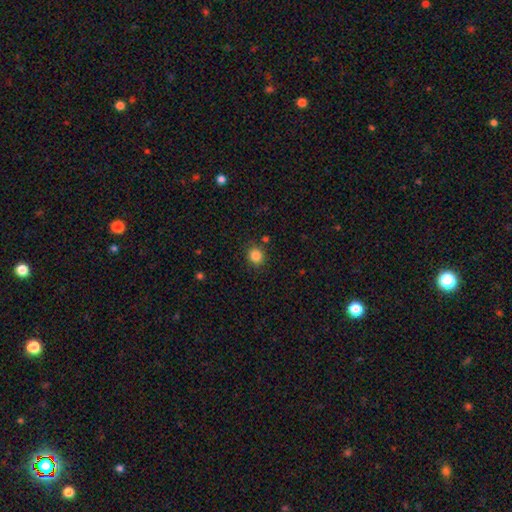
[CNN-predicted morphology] Q: Smooth or featured?
A: smooth (85%); runner-up: star or artifact (11%)
Q: How rounded?
A: round (81%); runner-up: in between (19%)
Q: Merging?
A: none (84%); runner-up: minor disturbance (10%)